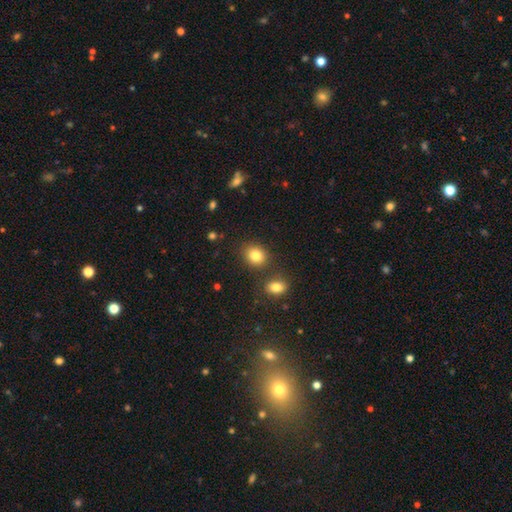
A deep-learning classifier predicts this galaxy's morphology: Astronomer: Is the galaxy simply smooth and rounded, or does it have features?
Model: smooth — 83%.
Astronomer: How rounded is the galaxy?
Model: round — 64%.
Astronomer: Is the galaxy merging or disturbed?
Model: none — 80%.